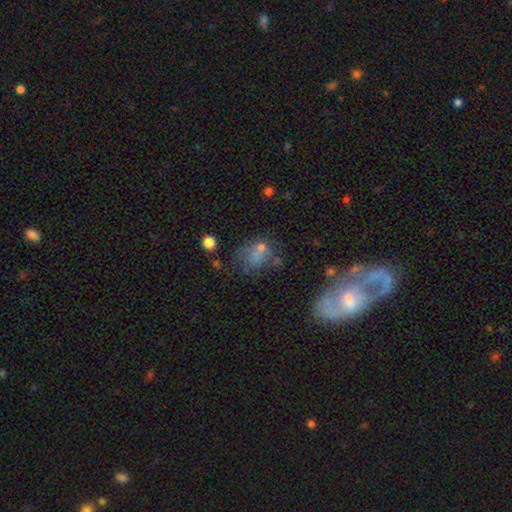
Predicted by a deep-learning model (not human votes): Smooth or featured?
  - smooth: 53% *
  - featured or disk: 26%
  - star or artifact: 21%
How rounded?
  - in between: 59% *
  - round: 38%
  - cigar-shaped: 2%
Merging?
  - none: 44% *
  - minor disturbance: 21%
  - major disturbance: 21%
  - merger: 14%